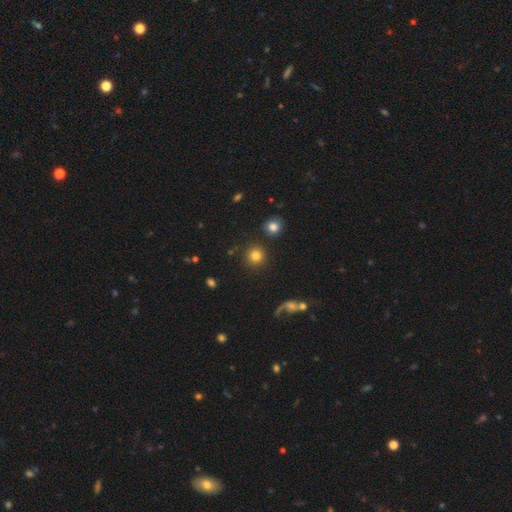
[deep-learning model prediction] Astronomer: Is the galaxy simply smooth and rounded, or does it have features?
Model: smooth — 79%.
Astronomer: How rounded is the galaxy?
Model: round — 94%.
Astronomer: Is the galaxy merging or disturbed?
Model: none — 87%.